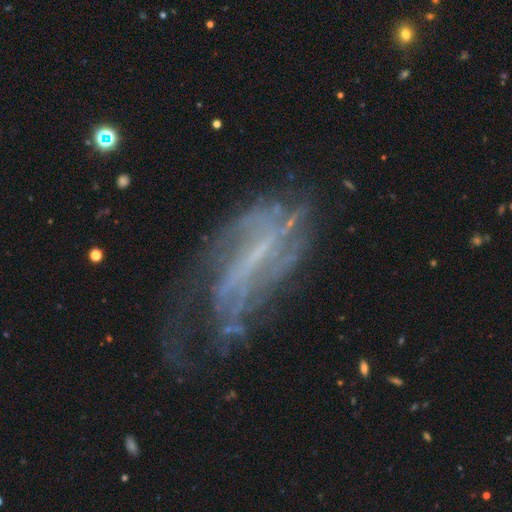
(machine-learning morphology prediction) Smooth or featured?
  - featured or disk: 75% *
  - smooth: 13%
  - star or artifact: 12%
Edge-on disk?
  - no: 89% *
  - yes: 11%
Bar?
  - weak: 37% *
  - strong: 35%
  - no: 29%
Spiral arms?
  - yes: 75% *
  - no: 25%
Spiral winding?
  - tight: 37% *
  - medium: 35%
  - loose: 28%
Spiral arm count?
  - can't tell: 54% *
  - 2: 17%
  - 3: 10%
  - 4: 7%
  - 1: 7%
  - more than 4: 5%
Bulge size?
  - none: 50% *
  - small: 35%
  - moderate: 12%
  - large: 2%
  - dominant: 1%
Merging?
  - none: 45% *
  - major disturbance: 29%
  - minor disturbance: 23%
  - merger: 4%